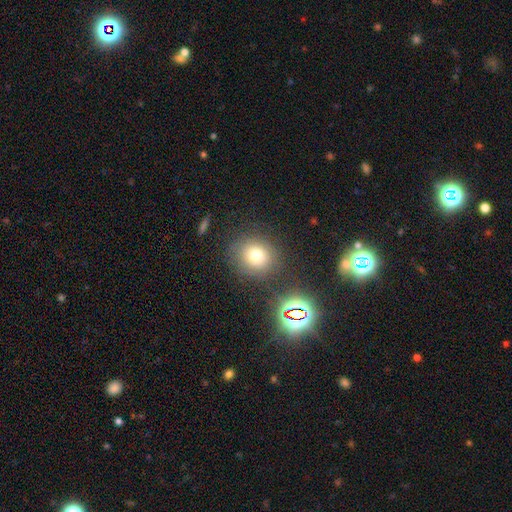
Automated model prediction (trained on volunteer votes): Morphology: type=smooth (72%); roundness=round (82%); merging=none (80%).